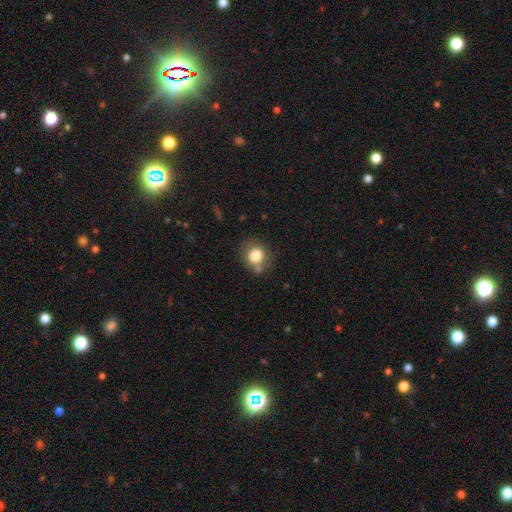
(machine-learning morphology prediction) The model was most divided on "merging": none: 66%, minor disturbance: 18%, merger: 10%, major disturbance: 6%. More confident: smooth or featured — smooth (80%); how rounded — round (74%).